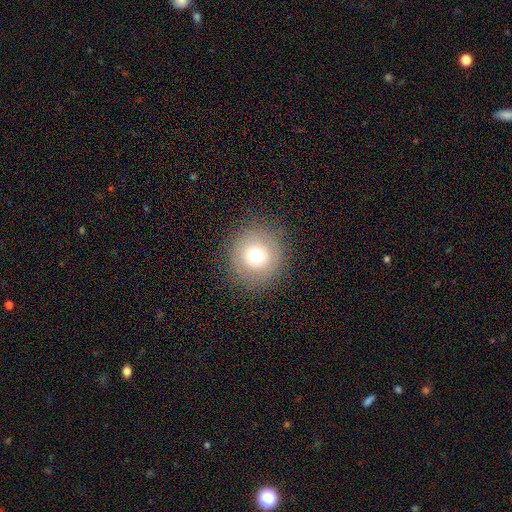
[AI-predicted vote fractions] Smooth or featured?
  - smooth: 68% *
  - featured or disk: 17%
  - star or artifact: 15%
How rounded?
  - round: 95% *
  - in between: 4%
  - cigar-shaped: 1%
Merging?
  - none: 87% *
  - minor disturbance: 8%
  - major disturbance: 4%
  - merger: 1%